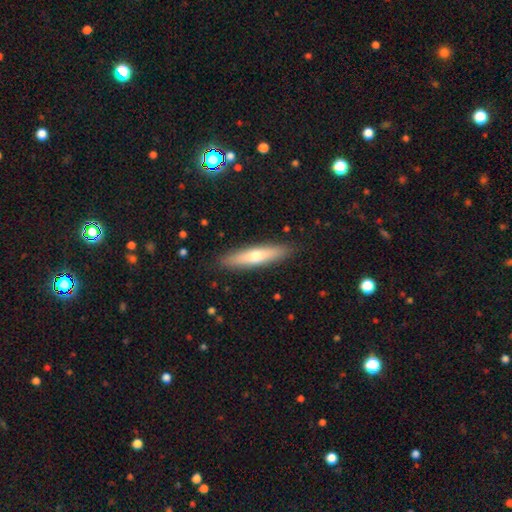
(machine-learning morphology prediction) Overall: smooth (58%; featured or disk 36%). How rounded: cigar-shaped (78%). Merging: none (89%).